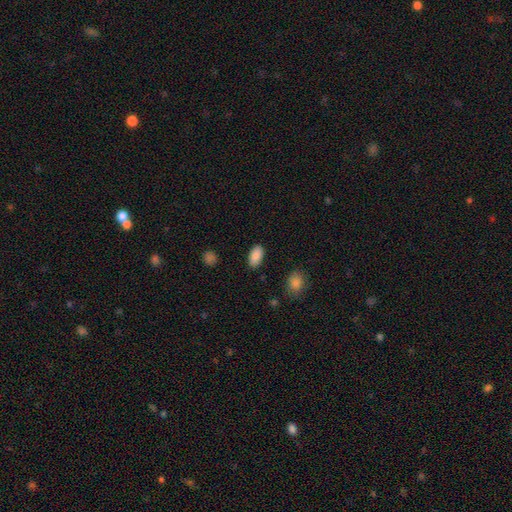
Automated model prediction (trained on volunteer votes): smooth_or_featured: smooth (p=0.88) [alt: star or artifact p=0.07]
how_rounded: in between (p=0.94) [alt: cigar-shaped p=0.03]
merging: none (p=0.88) [alt: minor disturbance p=0.08]